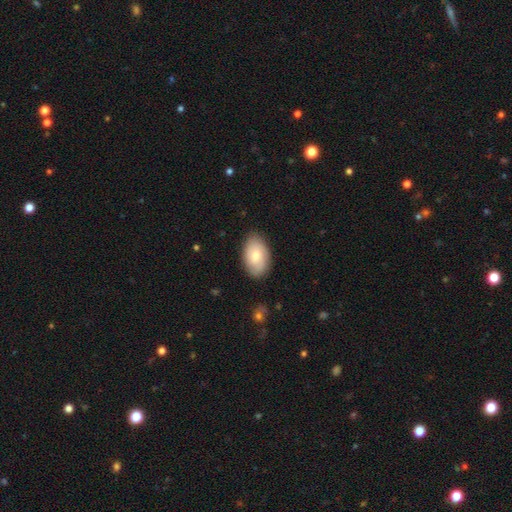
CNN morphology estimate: A smooth galaxy with no disk features (64%) that is in between round and cigar-shaped (92%).

Vote fractions:
- Smooth or featured? smooth: 64% / featured or disk: 30% / star or artifact: 6%
- How rounded? in between: 92% / round: 7% / cigar-shaped: 2%
- Merging? none: 82% / minor disturbance: 14% / major disturbance: 3% / merger: 1%